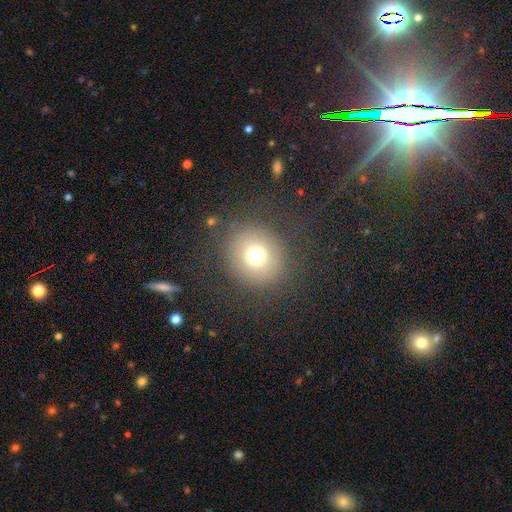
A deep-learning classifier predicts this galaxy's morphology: Smooth or featured: smooth — 71% (star or artifact — 17%)
How rounded: round — 89% (in between — 10%)
Merging: none — 82% (minor disturbance — 8%)